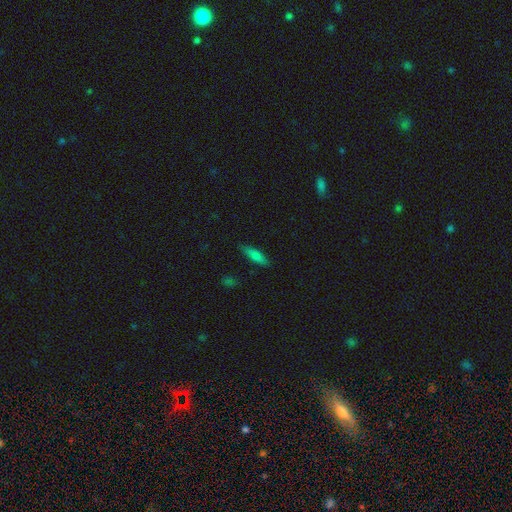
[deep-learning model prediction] Smooth or featured: smooth — 72% (featured or disk — 19%)
How rounded: cigar-shaped — 65% (in between — 33%)
Merging: none — 86% (minor disturbance — 11%)